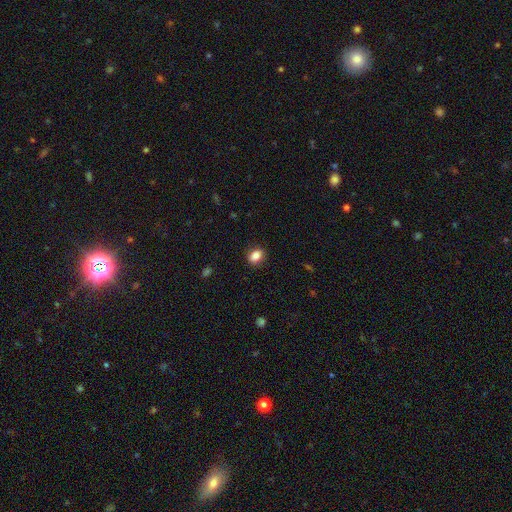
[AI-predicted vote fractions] smooth_or_featured: smooth (p=0.85) [alt: star or artifact p=0.09]
how_rounded: in between (p=0.61) [alt: round p=0.37]
merging: none (p=0.85) [alt: minor disturbance p=0.11]